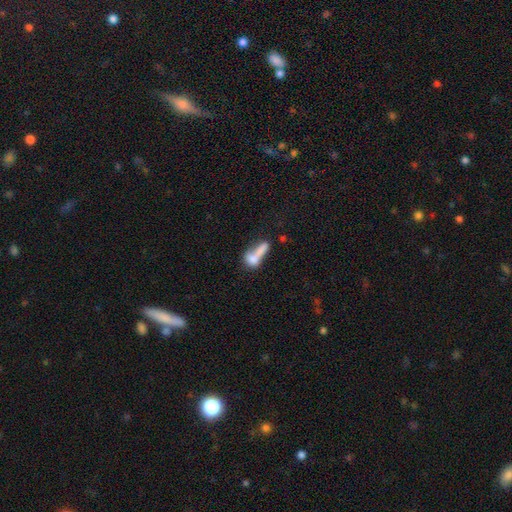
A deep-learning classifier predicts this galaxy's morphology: This is likely a smooth galaxy (67%). How rounded: possibly in between (51%). Merging: possibly merger (57%).